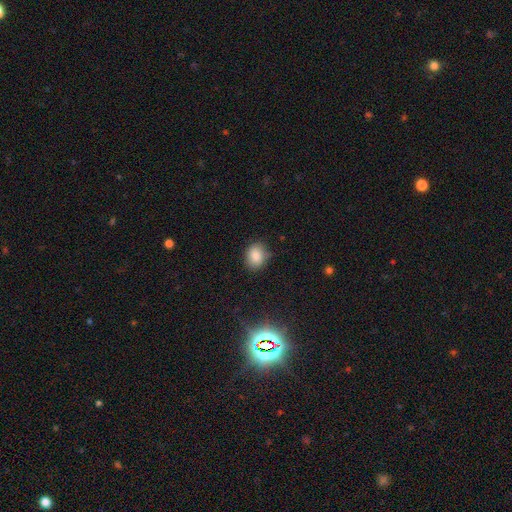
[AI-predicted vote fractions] Smooth or featured?
  - smooth: 84% *
  - star or artifact: 10%
  - featured or disk: 6%
How rounded?
  - round: 50% *
  - in between: 49%
  - cigar-shaped: 1%
Merging?
  - none: 81% *
  - minor disturbance: 15%
  - major disturbance: 3%
  - merger: 1%